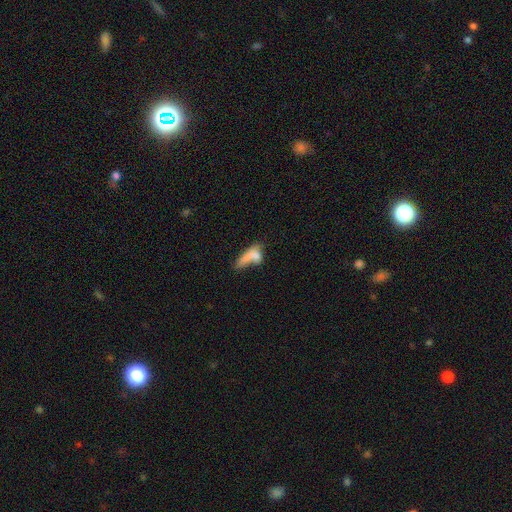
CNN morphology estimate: This is likely a smooth galaxy (63%). How rounded: possibly in between (52%). Merging: marginally merger (31%).